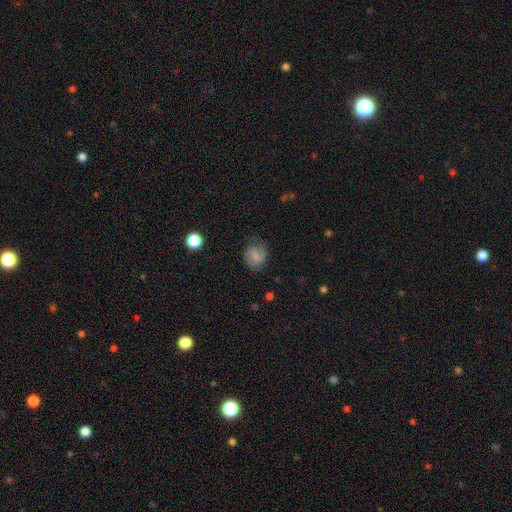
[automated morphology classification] Smooth or featured? Predicted: smooth (p=0.61). How rounded? Predicted: round (p=0.69). Merging? Predicted: none (p=0.67).